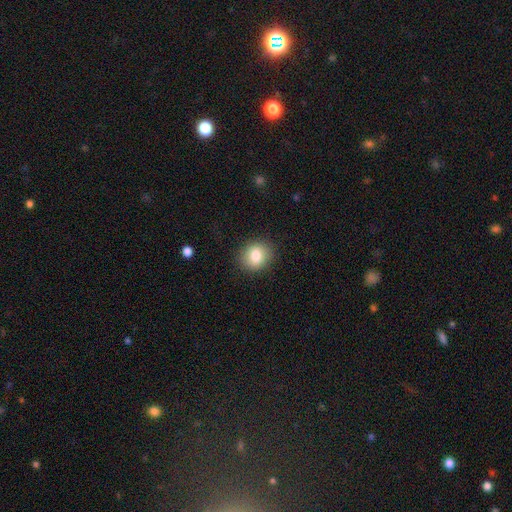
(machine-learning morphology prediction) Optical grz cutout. It shows a smooth galaxy with no disk features (82%) that is round (70%). Merging: none (88%).